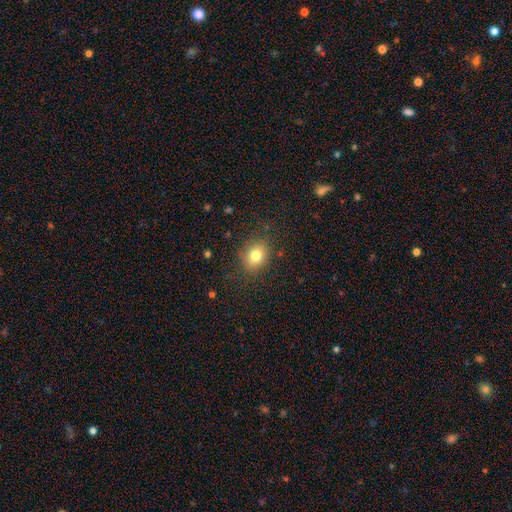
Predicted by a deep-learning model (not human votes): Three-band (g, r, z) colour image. It shows a smooth galaxy with no disk features (79%) that is round (52%). Merging: none (82%).